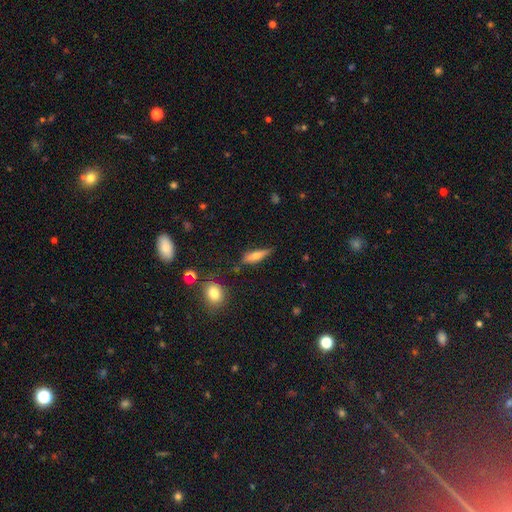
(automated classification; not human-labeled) Overall: smooth (63%; featured or disk 29%). How rounded: cigar-shaped (65%; in between 32%). Merging: none (73%).